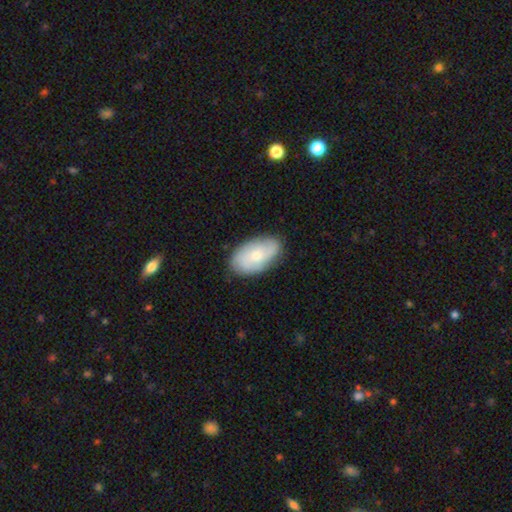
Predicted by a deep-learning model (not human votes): Smooth or featured: smooth — 56% (featured or disk — 38%)
How rounded: in between — 92% (round — 6%)
Merging: none — 80% (minor disturbance — 15%)